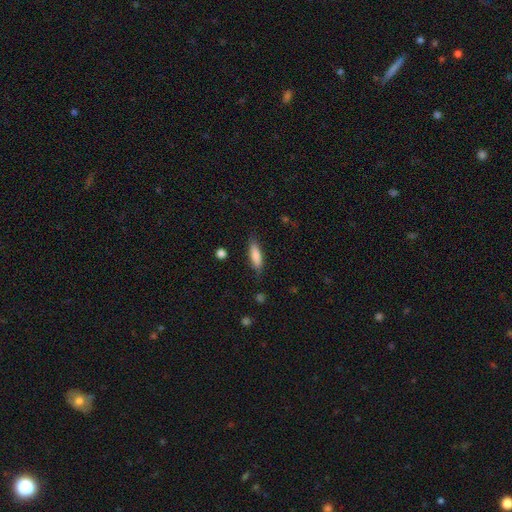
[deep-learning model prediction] Q: Smooth or featured?
A: smooth (79%); runner-up: featured or disk (15%)
Q: How rounded?
A: cigar-shaped (56%); runner-up: in between (42%)
Q: Merging?
A: none (80%); runner-up: minor disturbance (15%)